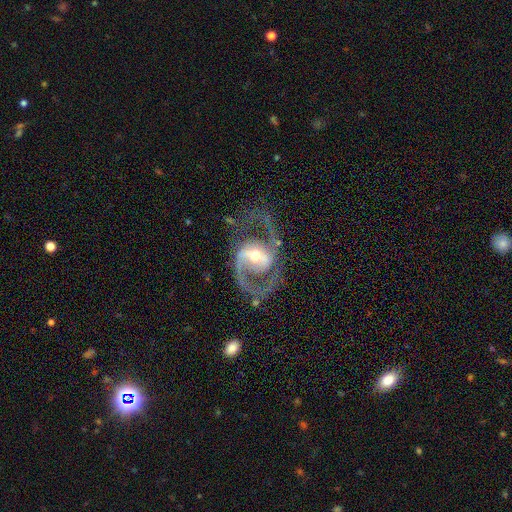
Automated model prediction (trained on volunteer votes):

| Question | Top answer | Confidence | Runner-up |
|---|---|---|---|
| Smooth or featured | featured or disk | 91% | smooth (5%) |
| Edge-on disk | no | 97% | yes (3%) |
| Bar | strong | 39% | weak (38%) |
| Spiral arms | yes | 95% | no (5%) |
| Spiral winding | medium | 57% | loose (31%) |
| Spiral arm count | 2 | 91% | 1 (3%) |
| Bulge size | moderate | 69% | small (18%) |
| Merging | none | 69% | minor disturbance (14%) |